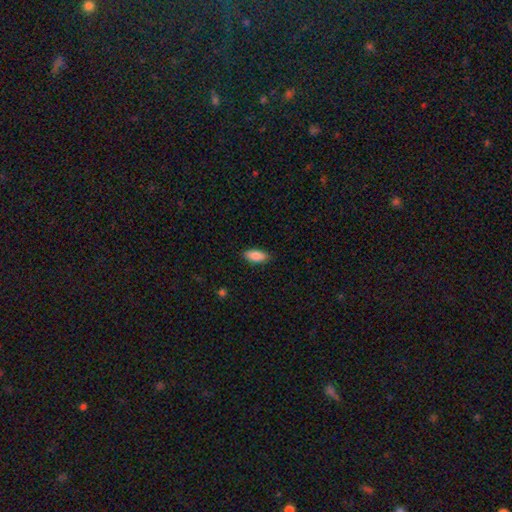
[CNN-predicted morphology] type=smooth (86%); roundness=in between (87%); merging=none (87%).